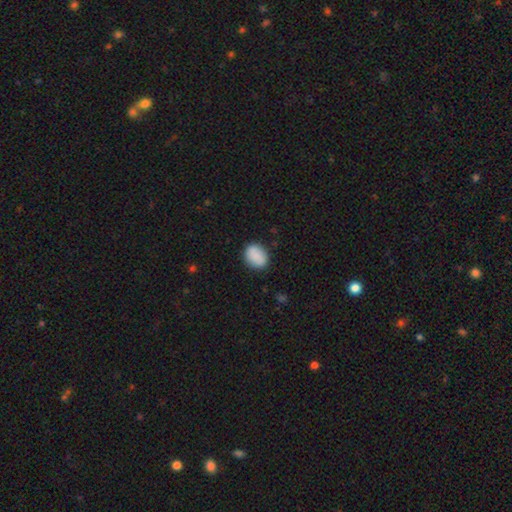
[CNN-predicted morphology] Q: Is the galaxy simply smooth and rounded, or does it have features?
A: smooth — 88%.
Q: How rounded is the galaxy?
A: in between — 60%.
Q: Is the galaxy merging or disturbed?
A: none — 85%.